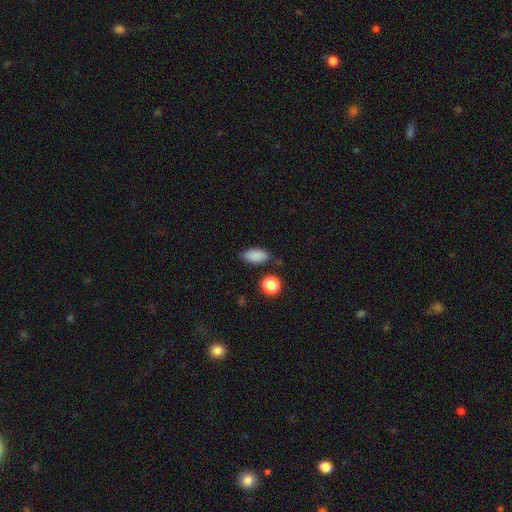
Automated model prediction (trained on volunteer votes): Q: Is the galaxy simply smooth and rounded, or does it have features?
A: smooth — 87%.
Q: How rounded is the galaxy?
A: in between — 89%.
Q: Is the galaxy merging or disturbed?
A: none — 78%.